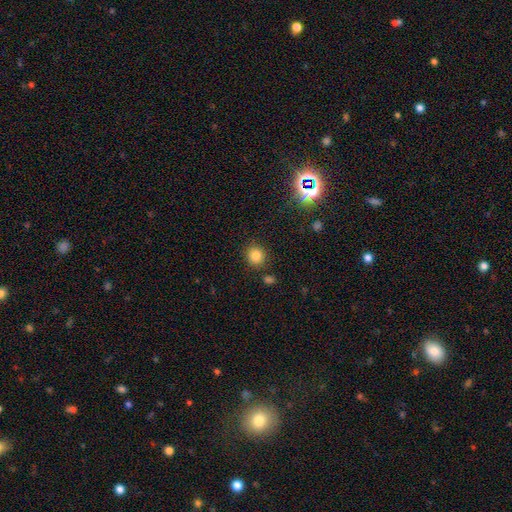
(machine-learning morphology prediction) Smooth or featured? Predicted: smooth (p=0.82). How rounded? Predicted: round (p=0.86). Merging? Predicted: none (p=0.85).